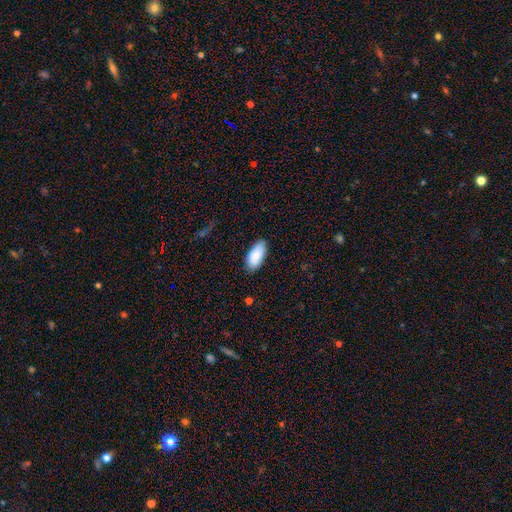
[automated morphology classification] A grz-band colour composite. It shows a smooth galaxy with no disk features (88%) that is in between round and cigar-shaped (92%). Merging: none (82%).